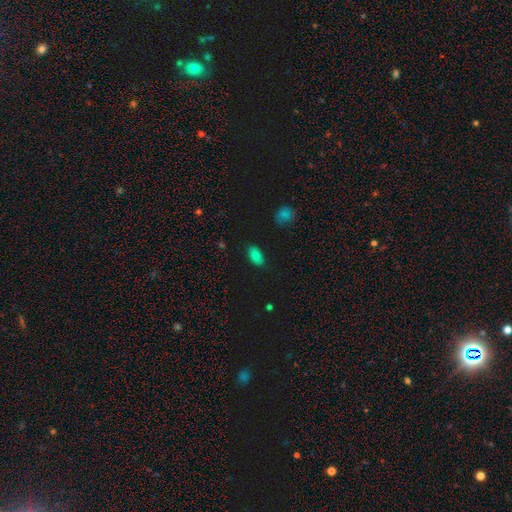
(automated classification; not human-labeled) A smooth galaxy with no disk features (80%) that is in between round and cigar-shaped (93%).

Vote fractions:
- Smooth or featured? smooth: 80% / star or artifact: 11% / featured or disk: 8%
- How rounded? in between: 93% / round: 5% / cigar-shaped: 2%
- Merging? none: 84% / minor disturbance: 12% / major disturbance: 2% / merger: 1%